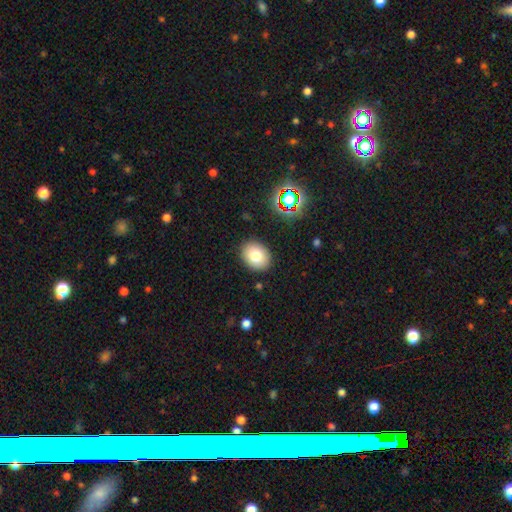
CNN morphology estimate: Smooth or featured: smooth — 79% (featured or disk — 11%)
How rounded: in between — 59% (round — 40%)
Merging: none — 88% (minor disturbance — 9%)